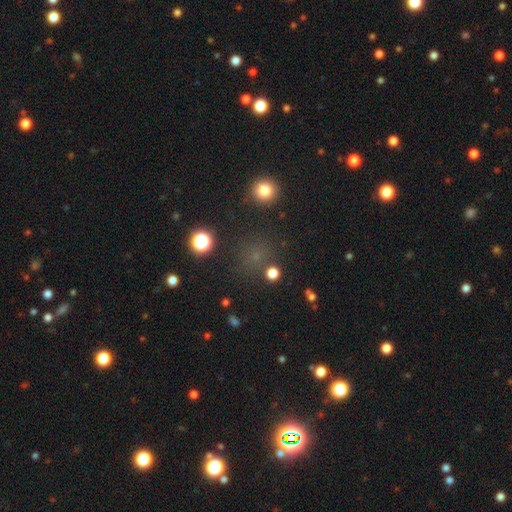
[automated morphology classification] type=smooth (49%); merging=none (82%).